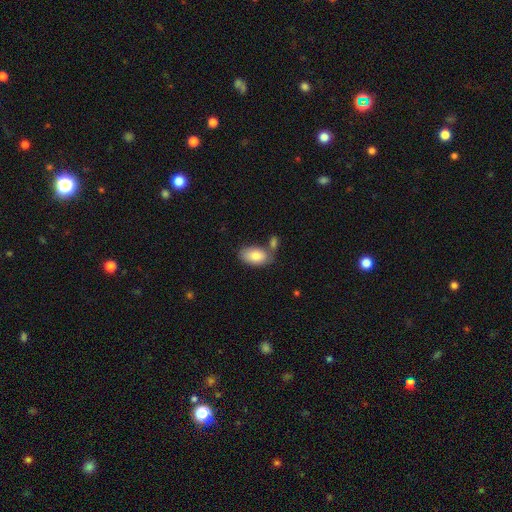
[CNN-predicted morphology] type=smooth (83%); roundness=in between (94%); merging=none (58%).